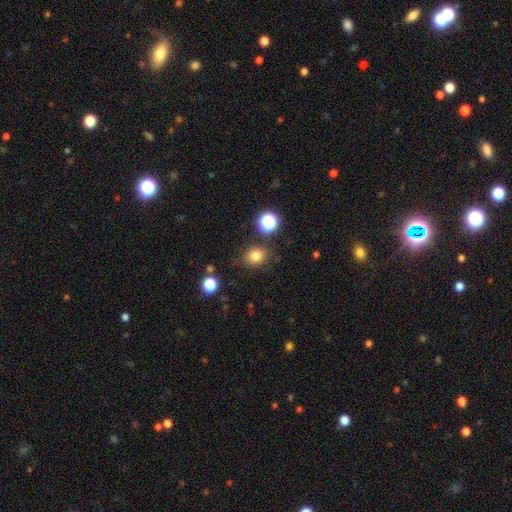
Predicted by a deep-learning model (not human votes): Smooth or featured? smooth (80%)
How rounded? round (55%)
Merging? none (82%)